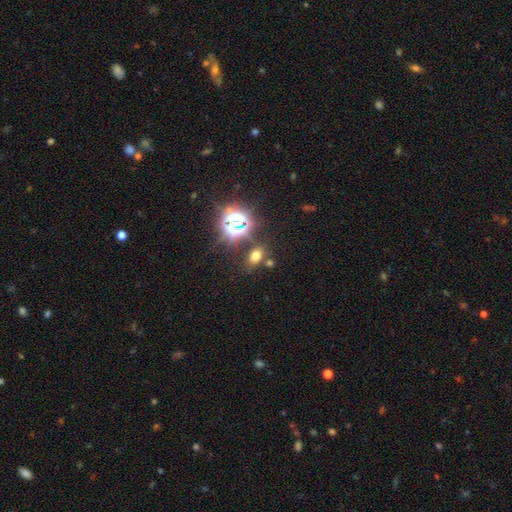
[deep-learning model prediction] smooth_or_featured: smooth (p=0.60) [alt: star or artifact p=0.31]
how_rounded: in between (p=0.71) [alt: round p=0.27]
merging: none (p=0.78) [alt: minor disturbance p=0.11]